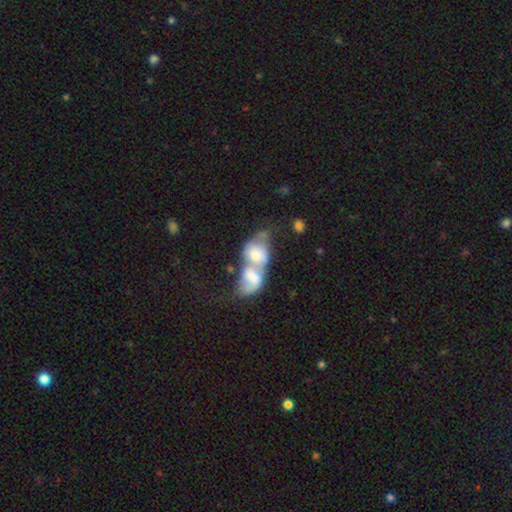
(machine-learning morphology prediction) smooth 54%, featured or disk 38%, star or artifact 8%. Down the decision tree: how rounded — in between (71%); merging — merger (83%).